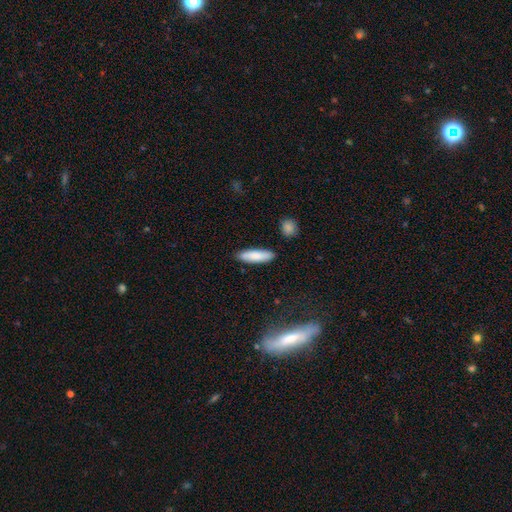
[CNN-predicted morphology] smooth_or_featured: smooth (p=0.84) [alt: featured or disk p=0.10]
how_rounded: cigar-shaped (p=0.60) [alt: in between p=0.39]
merging: none (p=0.87) [alt: minor disturbance p=0.09]